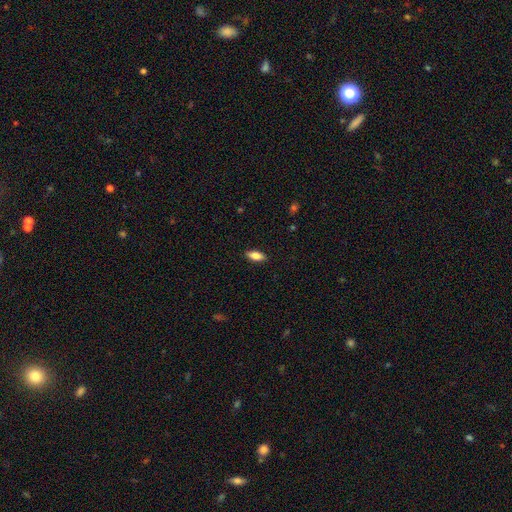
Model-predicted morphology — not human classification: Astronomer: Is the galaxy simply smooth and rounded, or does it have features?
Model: smooth — 80%.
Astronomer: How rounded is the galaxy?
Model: in between — 82%.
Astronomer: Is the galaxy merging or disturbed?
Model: none — 88%.